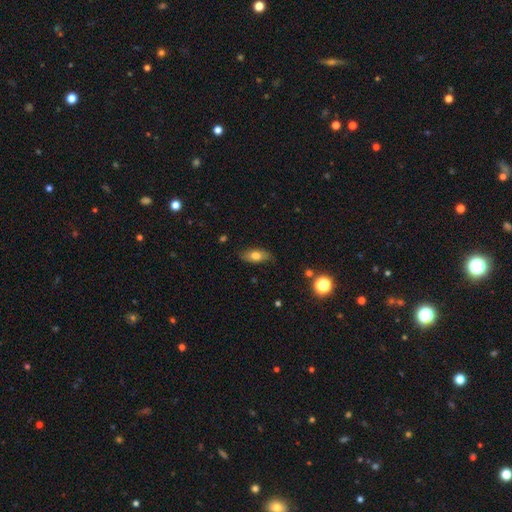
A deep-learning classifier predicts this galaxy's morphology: Smooth or featured?
  - smooth: 71% *
  - featured or disk: 21%
  - star or artifact: 8%
How rounded?
  - in between: 85% *
  - cigar-shaped: 9%
  - round: 5%
Merging?
  - none: 78% *
  - minor disturbance: 17%
  - major disturbance: 3%
  - merger: 1%